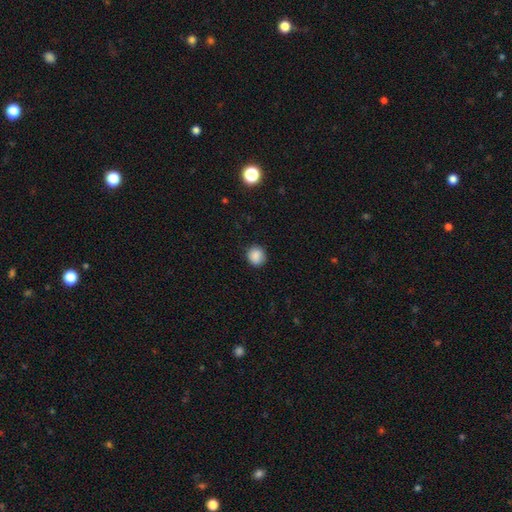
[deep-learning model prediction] Smooth or featured?
  - smooth: 88% *
  - star or artifact: 9%
  - featured or disk: 3%
How rounded?
  - round: 86% *
  - in between: 13%
  - cigar-shaped: 1%
Merging?
  - none: 86% *
  - minor disturbance: 10%
  - major disturbance: 2%
  - merger: 1%